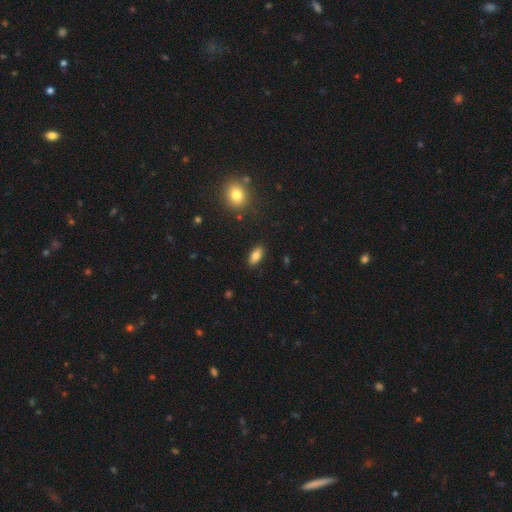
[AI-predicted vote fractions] Morphology: type=smooth (81%); roundness=in between (89%); merging=none (88%).